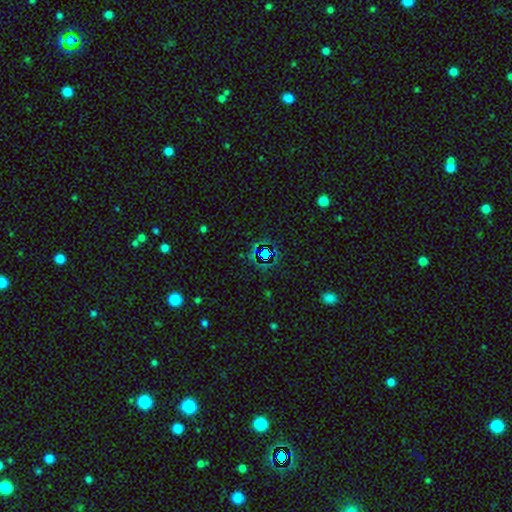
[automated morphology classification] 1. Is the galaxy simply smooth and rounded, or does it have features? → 73% star or artifact, 16% smooth, 11% featured or disk.